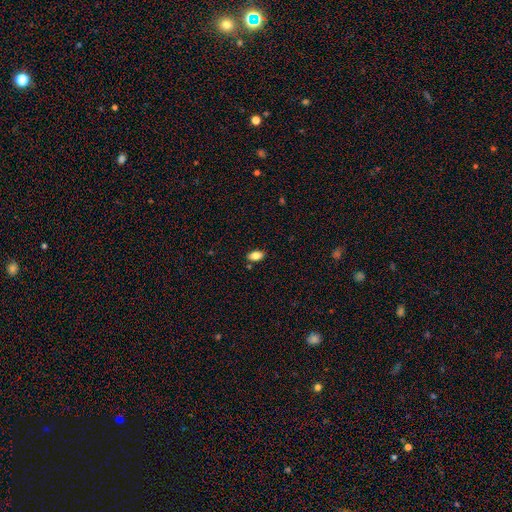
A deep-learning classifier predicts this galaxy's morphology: Q: Smooth or featured?
A: smooth (84%); runner-up: star or artifact (9%)
Q: How rounded?
A: in between (91%); runner-up: round (6%)
Q: Merging?
A: none (85%); runner-up: minor disturbance (10%)